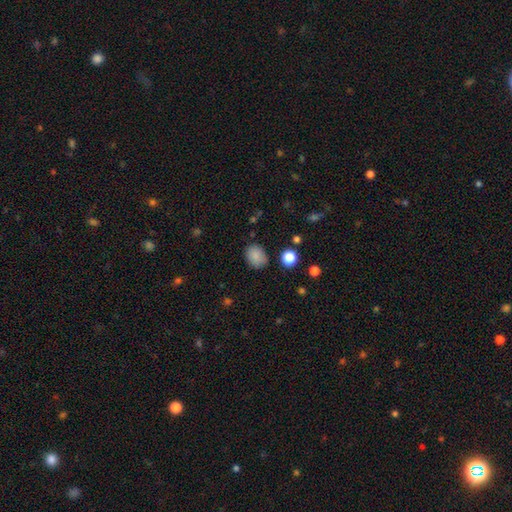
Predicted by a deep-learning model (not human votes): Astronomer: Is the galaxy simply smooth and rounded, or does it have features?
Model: smooth — 86%.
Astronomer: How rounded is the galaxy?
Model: in between — 53% (runner-up: round, 46%).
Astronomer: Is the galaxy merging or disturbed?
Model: none — 81%.